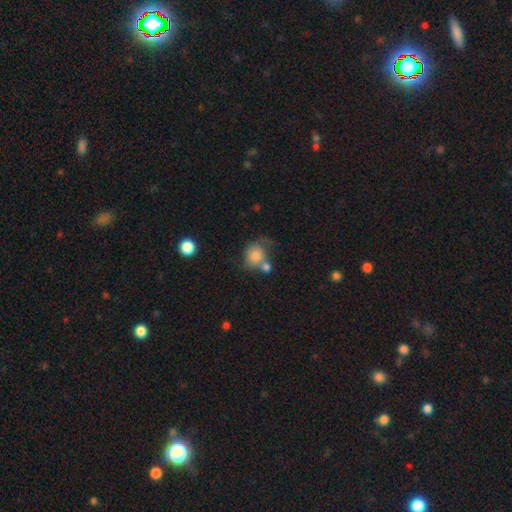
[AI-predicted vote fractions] Morphology: type=smooth (76%); roundness=round (68%); merging=none (36%).